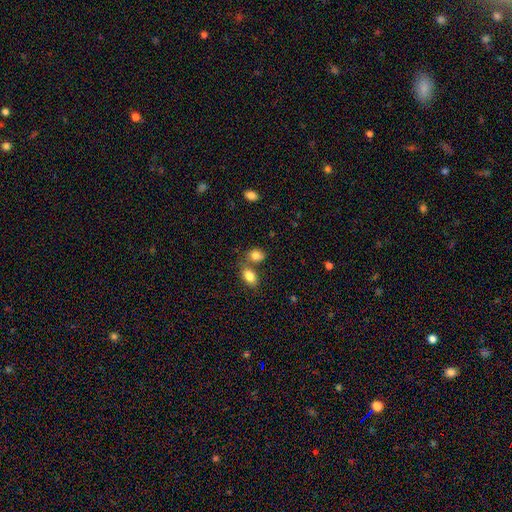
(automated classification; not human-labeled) Smooth or featured: smooth — 82% (star or artifact — 9%)
How rounded: in between — 73% (round — 25%)
Merging: none — 48% (merger — 37%)